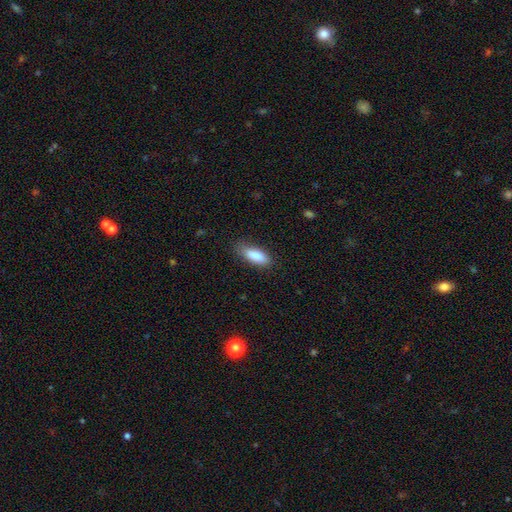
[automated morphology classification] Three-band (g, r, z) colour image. It shows a smooth galaxy with no disk features (86%) that is in between round and cigar-shaped (73%). Merging: none (77%).